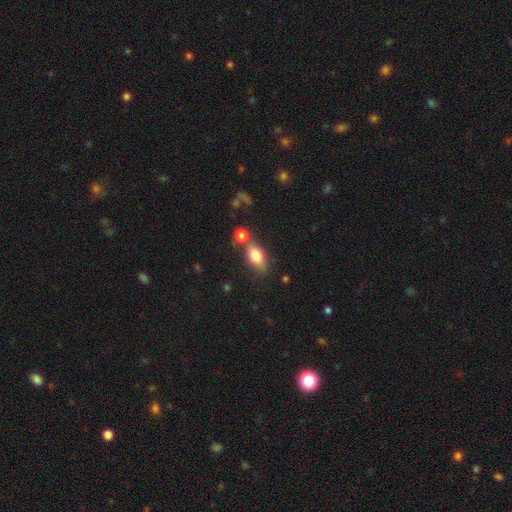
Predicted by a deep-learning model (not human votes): Smooth or featured?
  - smooth: 78% *
  - featured or disk: 14%
  - star or artifact: 8%
How rounded?
  - in between: 83% *
  - round: 9%
  - cigar-shaped: 8%
Merging?
  - none: 55% *
  - merger: 26%
  - minor disturbance: 14%
  - major disturbance: 5%